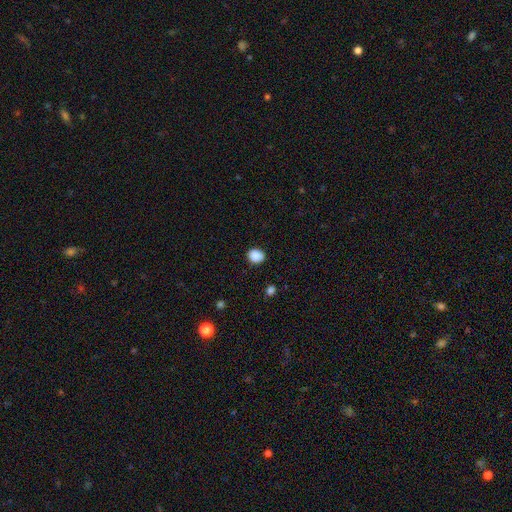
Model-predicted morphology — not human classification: Smooth or featured?
  - smooth: 89% *
  - star or artifact: 9%
  - featured or disk: 3%
How rounded?
  - round: 69% *
  - in between: 30%
  - cigar-shaped: 1%
Merging?
  - none: 87% *
  - minor disturbance: 9%
  - major disturbance: 2%
  - merger: 1%